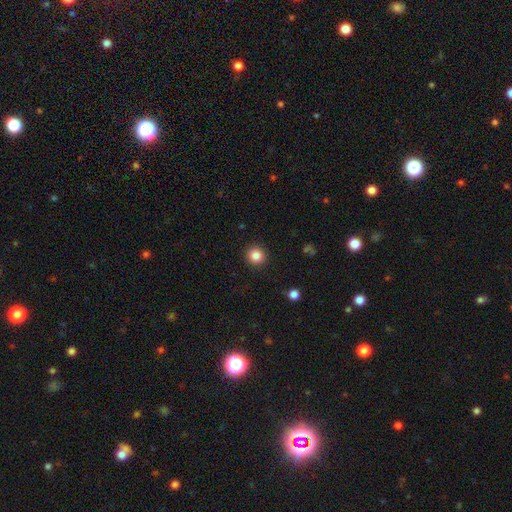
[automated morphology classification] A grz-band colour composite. It shows a smooth galaxy with no disk features (85%) that is round (93%). Merging: none (92%).